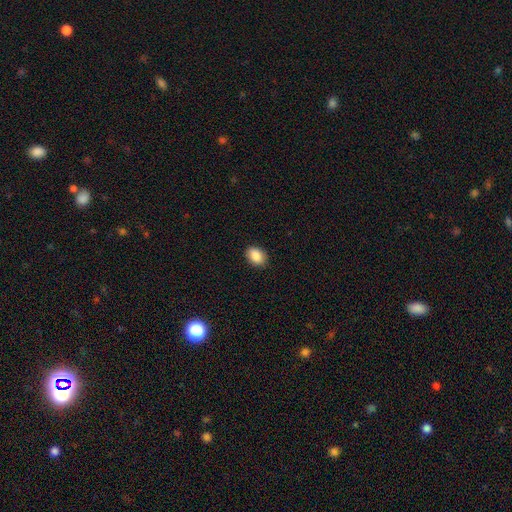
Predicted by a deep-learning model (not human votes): smooth 88%, star or artifact 7%, featured or disk 4%. Down the decision tree: how rounded — in between (79%); merging — none (89%).